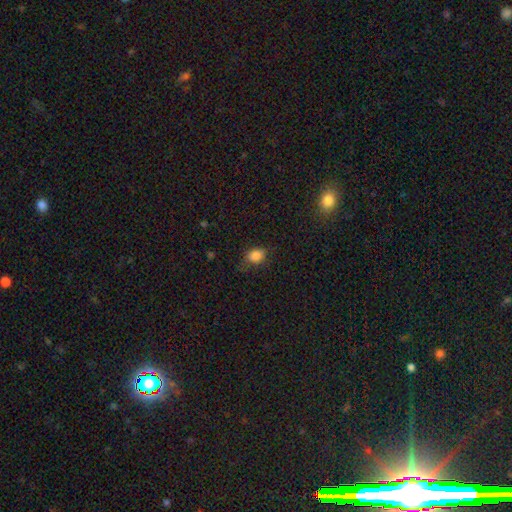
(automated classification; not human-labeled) A smooth galaxy with no disk features (84%) that is in between round and cigar-shaped (67%).

Vote fractions:
- Smooth or featured? smooth: 84% / star or artifact: 10% / featured or disk: 5%
- How rounded? in between: 67% / round: 31% / cigar-shaped: 2%
- Merging? none: 69% / minor disturbance: 23% / major disturbance: 7% / merger: 1%